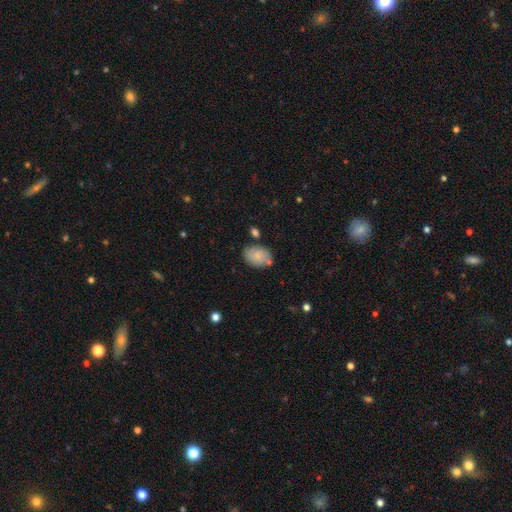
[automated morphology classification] This is clearly a smooth galaxy (83%). How rounded: likely in between (79%). Merging: likely none (70%).